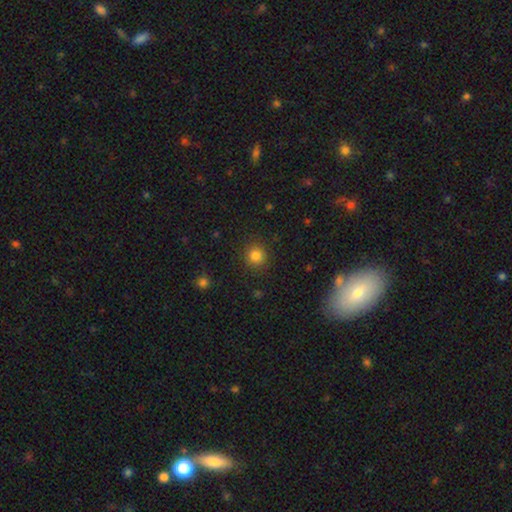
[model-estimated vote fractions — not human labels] Smooth or featured? smooth (83%)
How rounded? round (92%)
Merging? none (89%)